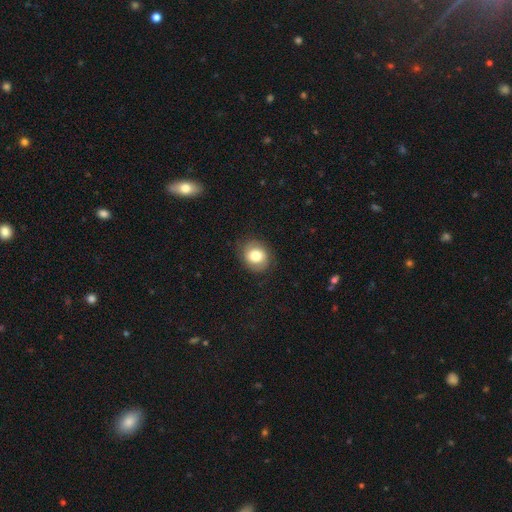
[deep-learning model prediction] Morphology: type=smooth (73%); roundness=round (69%); merging=none (82%).